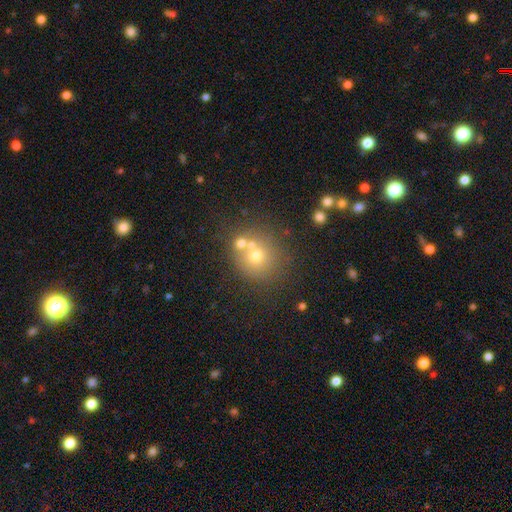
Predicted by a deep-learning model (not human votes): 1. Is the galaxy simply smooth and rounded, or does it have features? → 61% smooth, 21% featured or disk, 18% star or artifact.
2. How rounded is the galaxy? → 86% round, 13% in between, 1% cigar-shaped.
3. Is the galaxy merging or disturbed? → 56% none, 29% merger, 10% minor disturbance, 5% major disturbance.